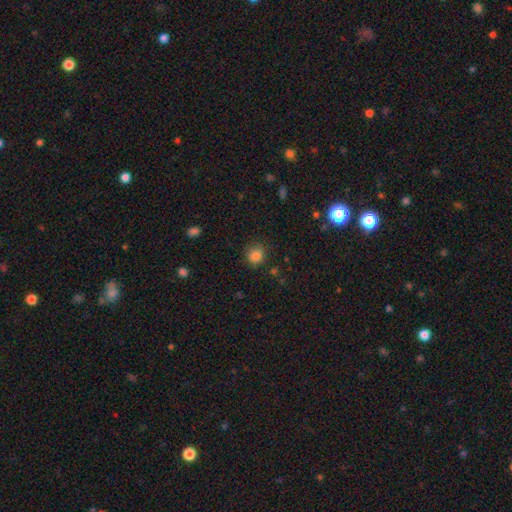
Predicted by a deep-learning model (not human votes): smooth-or-featured: smooth: 84% | star or artifact: 11% | featured or disk: 4%
  how-rounded: round: 81% | in between: 18% | cigar-shaped: 1%
  merging: none: 81% | minor disturbance: 14% | major disturbance: 4% | merger: 1%